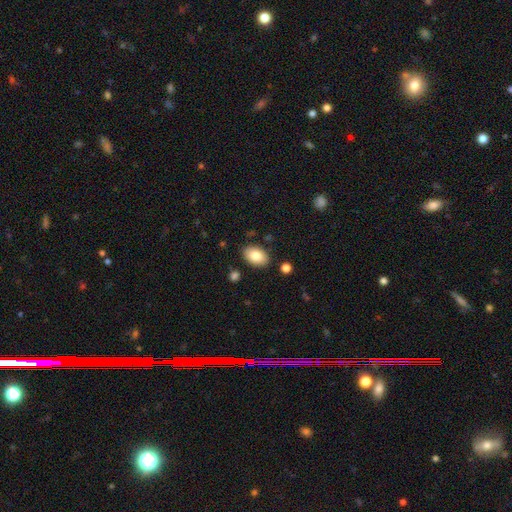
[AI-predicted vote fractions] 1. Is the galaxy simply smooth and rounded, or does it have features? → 83% smooth, 9% featured or disk, 7% star or artifact.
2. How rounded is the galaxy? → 89% in between, 10% round, 1% cigar-shaped.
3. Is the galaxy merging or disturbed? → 86% none, 10% minor disturbance, 2% major disturbance, 2% merger.